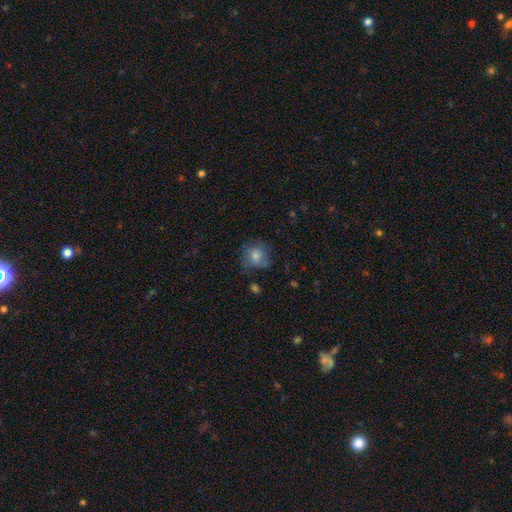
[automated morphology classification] A smooth galaxy with no disk features (70%) that is round (79%).

Vote fractions:
- Smooth or featured? smooth: 70% / featured or disk: 18% / star or artifact: 12%
- How rounded? round: 79% / in between: 20% / cigar-shaped: 1%
- Merging? none: 63% / minor disturbance: 24% / major disturbance: 11% / merger: 2%